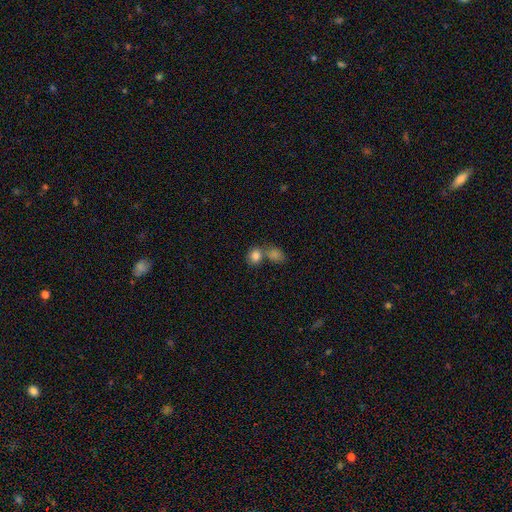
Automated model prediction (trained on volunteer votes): Smooth or featured? smooth (83%)
How rounded? round (68%)
Merging? merger (47%)